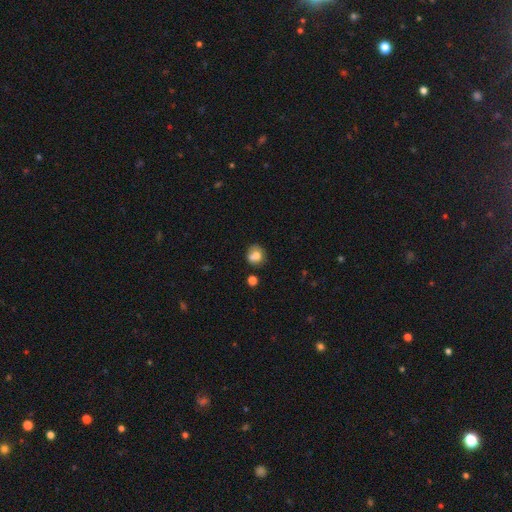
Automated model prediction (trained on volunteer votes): Smooth or featured? smooth (72%)
How rounded? round (75%)
Merging? none (51%)